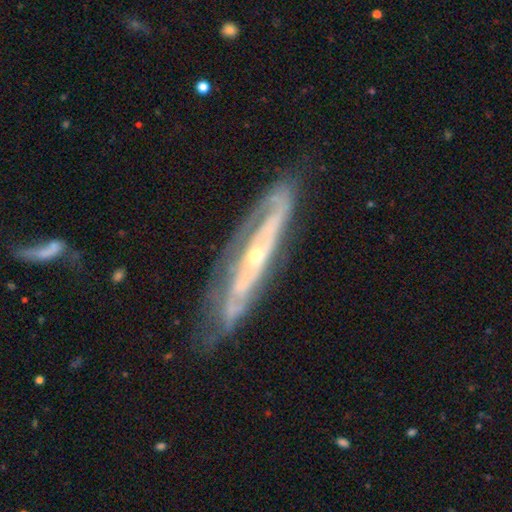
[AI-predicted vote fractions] smooth-or-featured: featured or disk: 84% | smooth: 10% | star or artifact: 6%
  disk-edge-on: no: 65% | yes: 35%
    bar: no: 59% | weak: 23% | strong: 19%
    has-spiral-arms: yes: 83% | no: 17%
    bulge-size: small: 68% | moderate: 28% | large: 2% | none: 1% | dominant: 1%
  merging: none: 70% | minor disturbance: 20% | major disturbance: 8% | merger: 2%